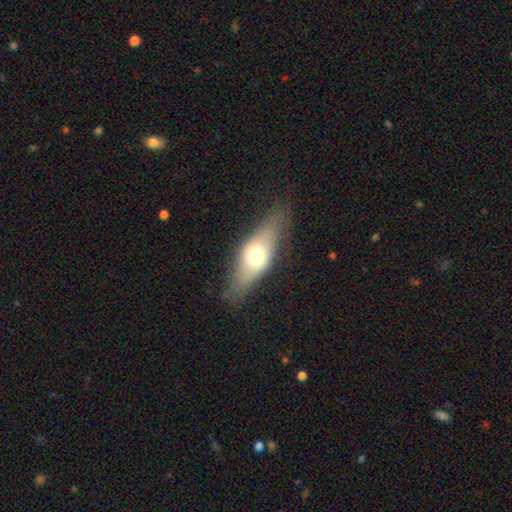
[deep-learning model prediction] Overall: smooth (55%; featured or disk 38%). How rounded: in between (64%; cigar-shaped 31%). Merging: none (74%).